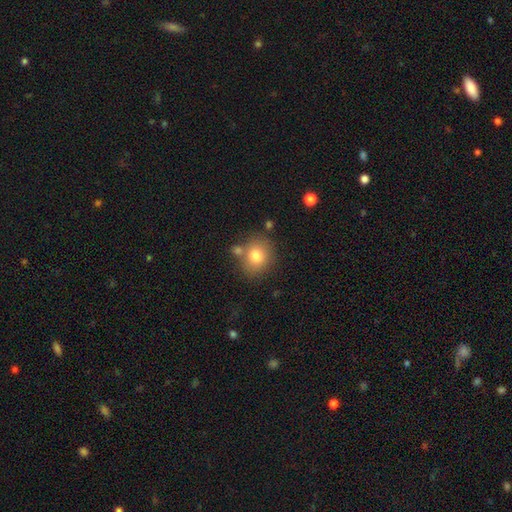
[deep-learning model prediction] Smooth or featured: smooth — 78% (featured or disk — 12%)
How rounded: round — 76% (in between — 23%)
Merging: none — 71% (merger — 13%)